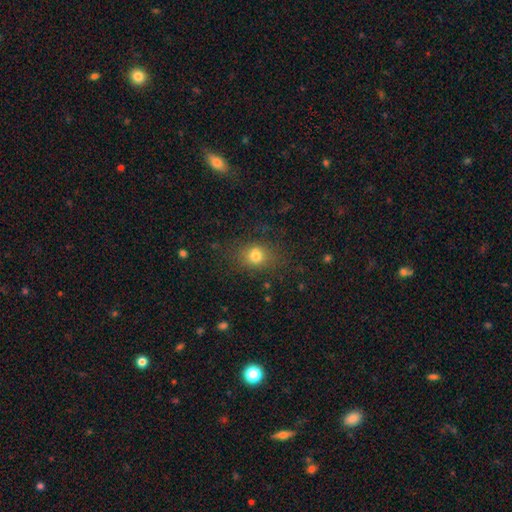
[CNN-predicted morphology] Smooth or featured?
  - smooth: 73% *
  - star or artifact: 16%
  - featured or disk: 11%
How rounded?
  - round: 59% *
  - in between: 39%
  - cigar-shaped: 2%
Merging?
  - none: 73% *
  - minor disturbance: 16%
  - major disturbance: 8%
  - merger: 3%